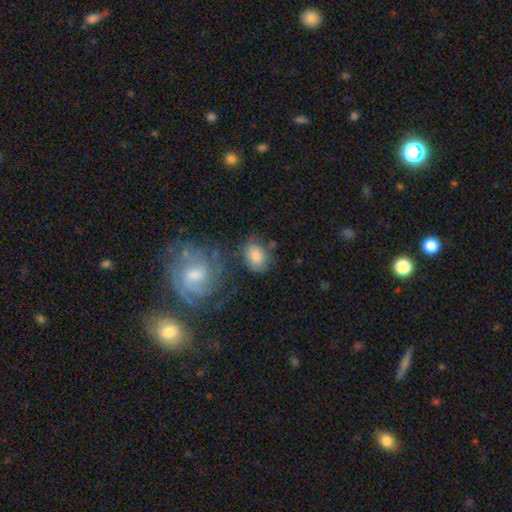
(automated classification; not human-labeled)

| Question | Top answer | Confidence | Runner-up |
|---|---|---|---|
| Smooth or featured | smooth | 78% | featured or disk (14%) |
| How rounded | in between | 69% | round (29%) |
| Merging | none | 56% | minor disturbance (22%) |